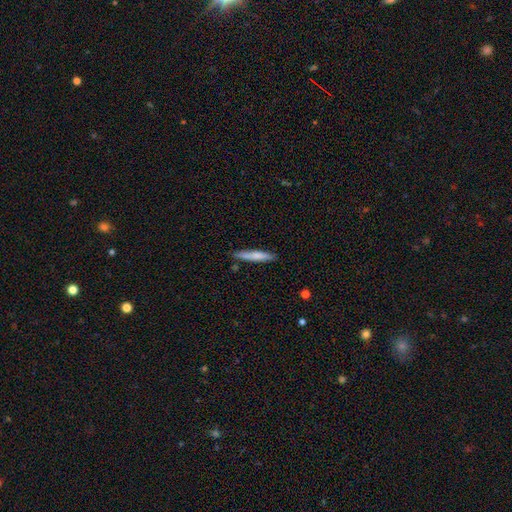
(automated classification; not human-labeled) Overall: smooth (70%). How rounded: cigar-shaped (93%). Merging: none (84%).